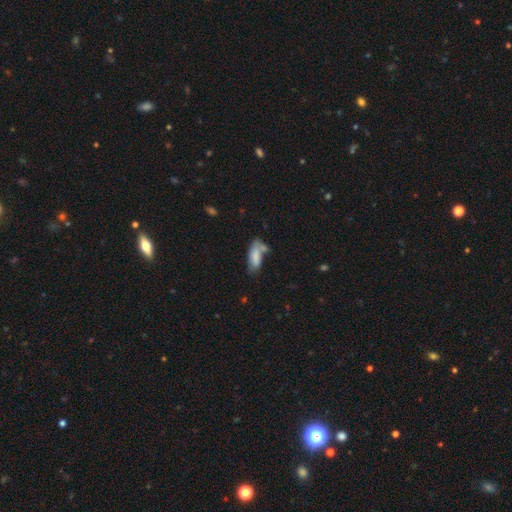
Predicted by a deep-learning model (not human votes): Morphology: type=smooth (77%); roundness=in between (73%); merging=none (39%).